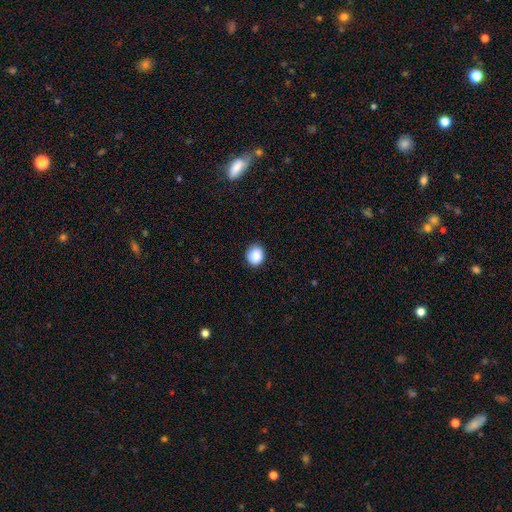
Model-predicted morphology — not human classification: Smooth or featured: smooth — 88% (star or artifact — 8%)
How rounded: round — 73% (in between — 26%)
Merging: none — 84% (minor disturbance — 12%)